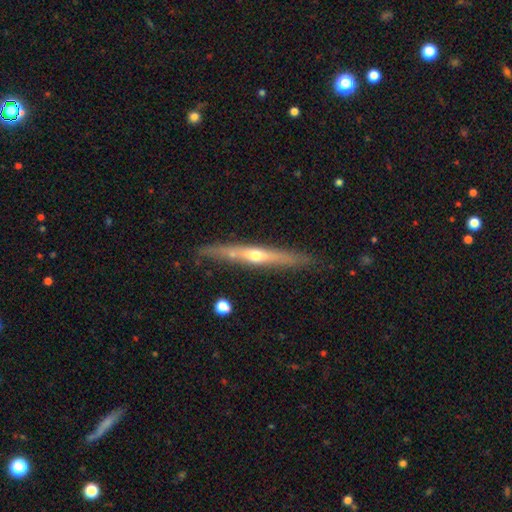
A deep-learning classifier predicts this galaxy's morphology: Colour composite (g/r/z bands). It shows a featured or disk galaxy (65%) viewed edge-on (92%) with a rounded central bulge (79%). Merging: none (80%).